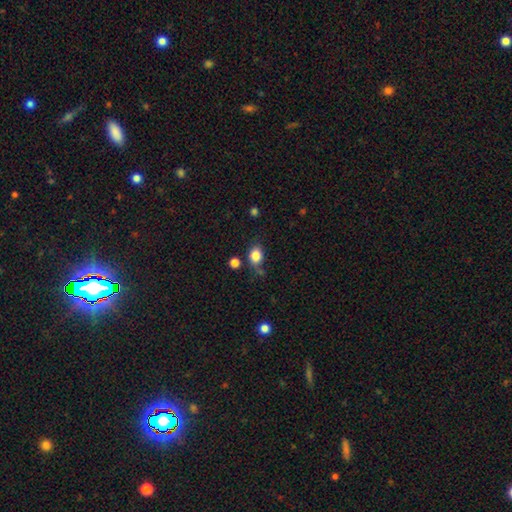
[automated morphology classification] type=smooth (83%); roundness=in between (54%); merging=none (62%).